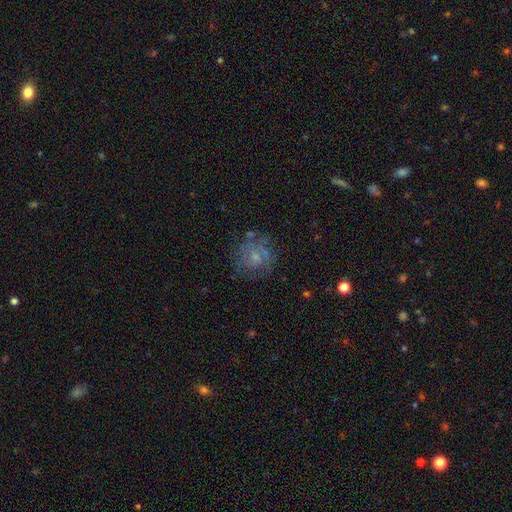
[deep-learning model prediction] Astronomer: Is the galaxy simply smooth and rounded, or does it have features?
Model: featured or disk — 46% (runner-up: smooth, 42%).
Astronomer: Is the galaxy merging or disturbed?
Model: none — 66%.